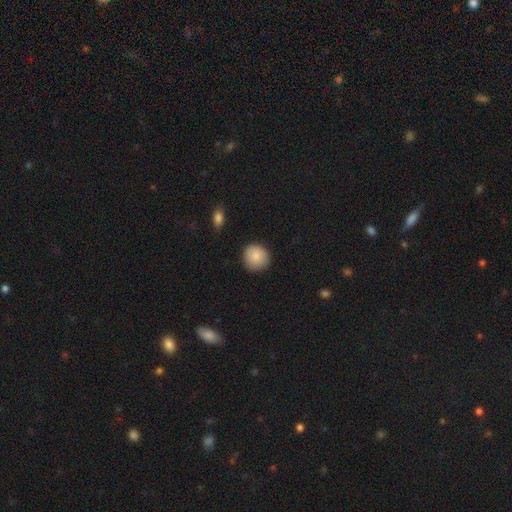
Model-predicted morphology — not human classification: Smooth or featured? Predicted: smooth (p=0.88). How rounded? Predicted: round (p=0.90). Merging? Predicted: none (p=0.88).